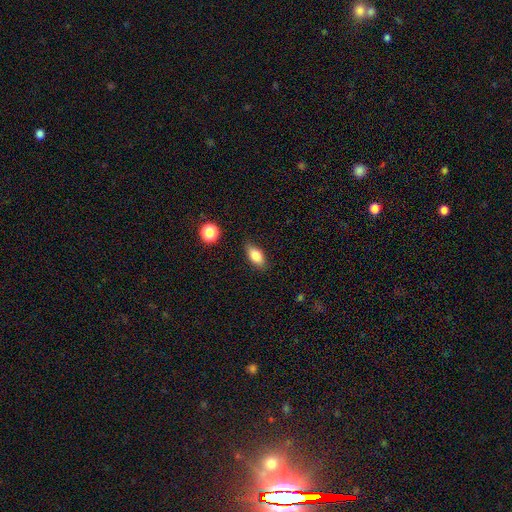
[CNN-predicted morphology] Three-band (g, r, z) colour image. It shows a smooth galaxy with no disk features (81%) that is in between round and cigar-shaped (84%). Merging: none (83%).